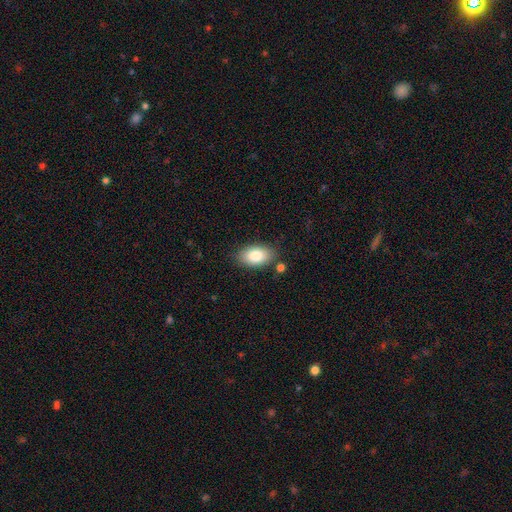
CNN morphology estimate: This appears to be a smooth galaxy with no disk features (84%) that is in between round and cigar-shaped (93%). Merging: none (81%).